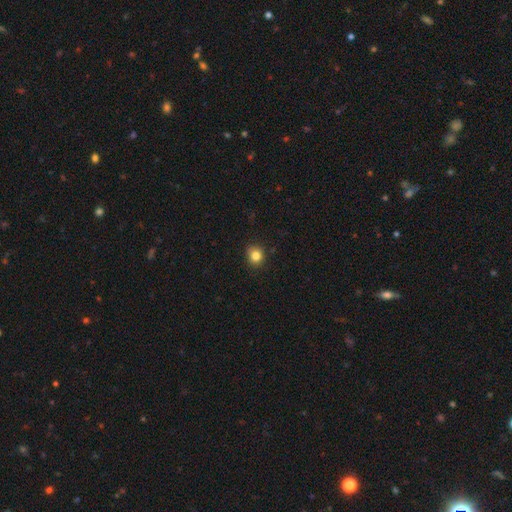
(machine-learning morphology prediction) Smooth or featured? smooth (83%)
How rounded? round (81%)
Merging? none (85%)